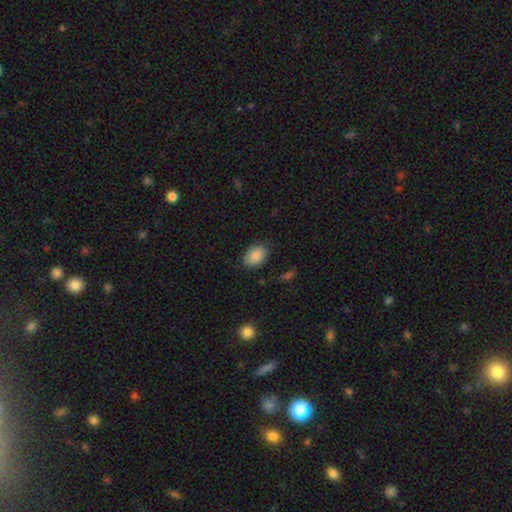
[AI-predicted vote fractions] Smooth or featured: smooth — 87% (star or artifact — 7%)
How rounded: in between — 78% (round — 21%)
Merging: none — 80% (minor disturbance — 15%)